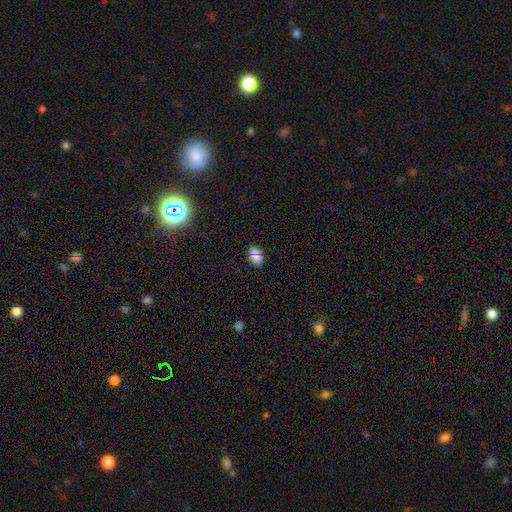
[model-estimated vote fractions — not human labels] smooth-or-featured: smooth: 67% | star or artifact: 26% | featured or disk: 7%
  how-rounded: in between: 63% | round: 34% | cigar-shaped: 3%
  merging: none: 83% | minor disturbance: 10% | major disturbance: 3% | merger: 3%